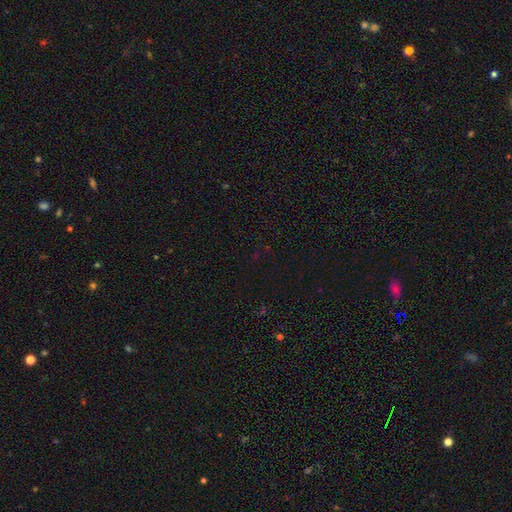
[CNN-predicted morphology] smooth-or-featured: star or artifact: 69% | smooth: 24% | featured or disk: 7%